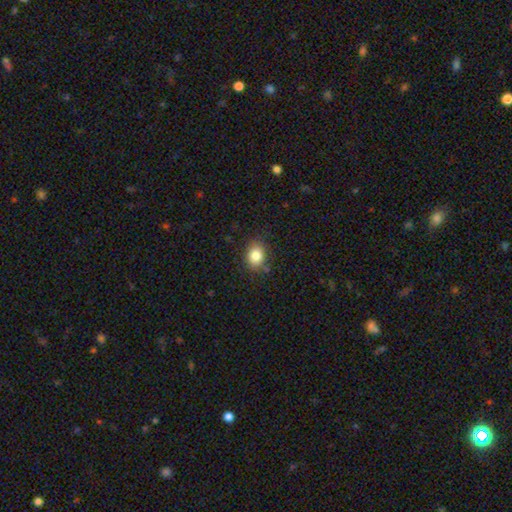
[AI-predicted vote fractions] This is clearly a smooth galaxy (84%). How rounded: possibly in between (52%). Merging: clearly none (81%).